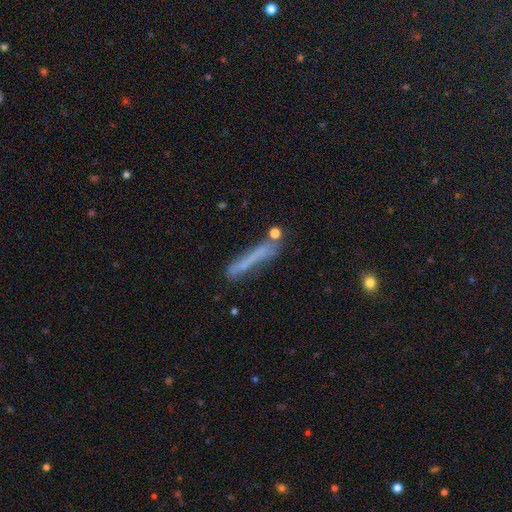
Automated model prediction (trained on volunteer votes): This appears to be a smooth galaxy with no disk features (55%) that is cigar-shaped (94%). Merging: none (69%).